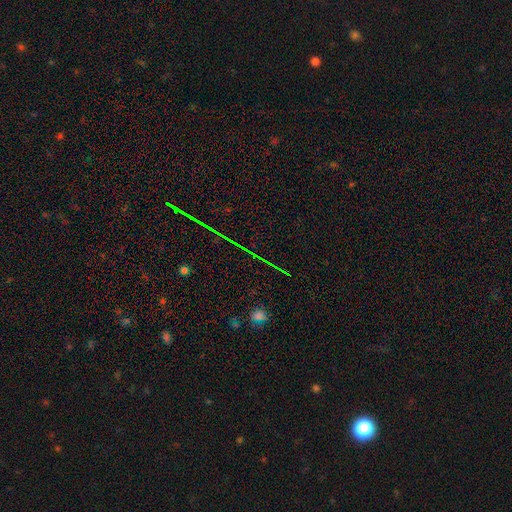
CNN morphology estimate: Smooth or featured? star or artifact (77%)